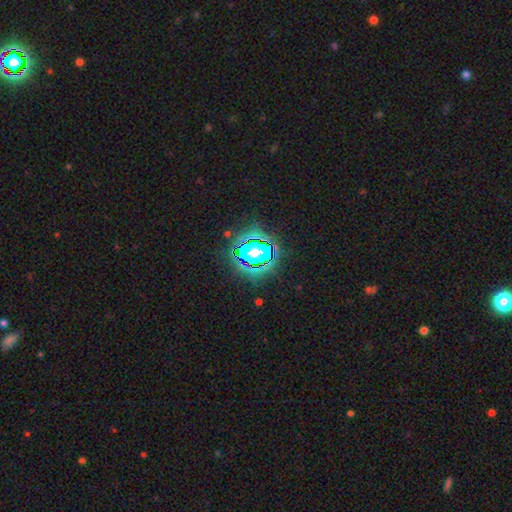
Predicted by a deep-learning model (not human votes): This appears to be a star or artifact, not a galaxy (81%).